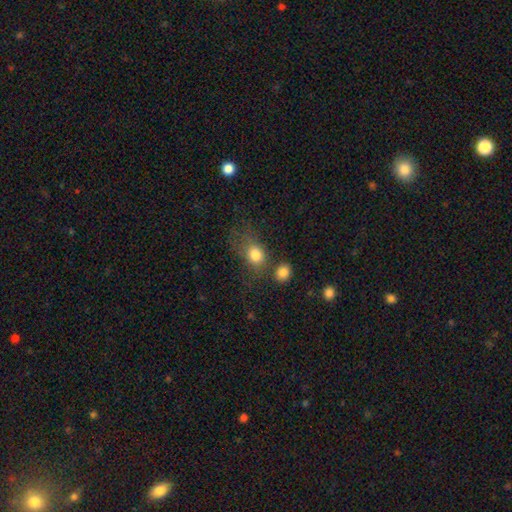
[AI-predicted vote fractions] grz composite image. It shows a smooth galaxy with no disk features (81%) that is in between round and cigar-shaped (54%). Merging: none (42%).